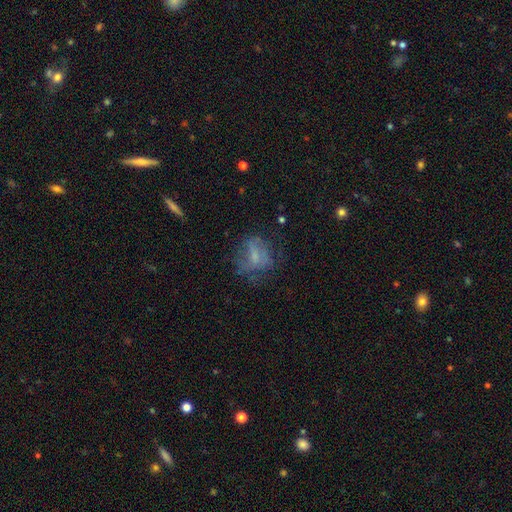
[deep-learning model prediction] This appears to be a smooth galaxy with no disk features (45%). Merging: none (49%).